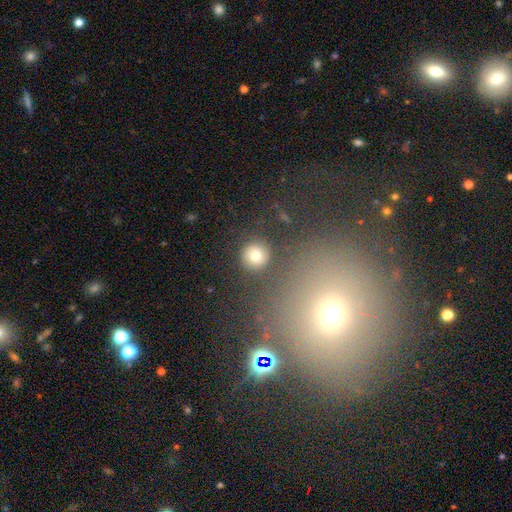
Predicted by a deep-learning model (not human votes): Smooth or featured? Predicted: smooth (p=0.77). How rounded? Predicted: round (p=0.93). Merging? Predicted: none (p=0.86).